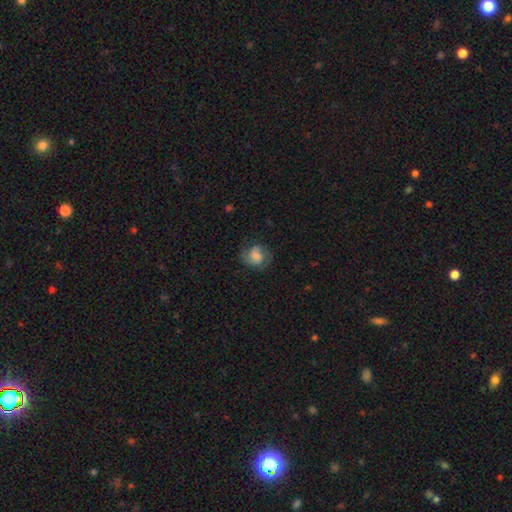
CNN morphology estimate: type=smooth (46%); merging=none (68%).